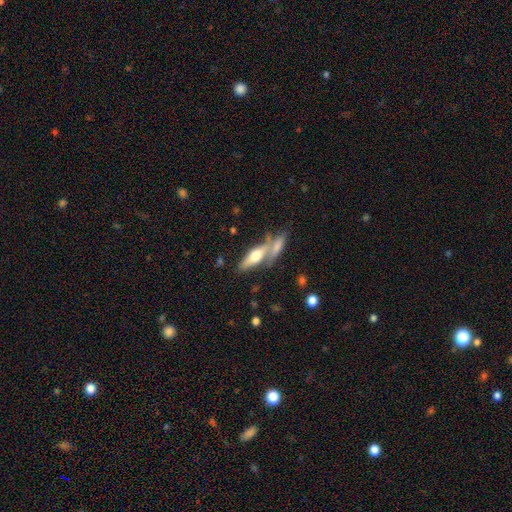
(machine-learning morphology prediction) Smooth or featured: smooth — 55% (featured or disk — 39%)
How rounded: cigar-shaped — 51% (in between — 46%)
Merging: none — 44% (merger — 40%)